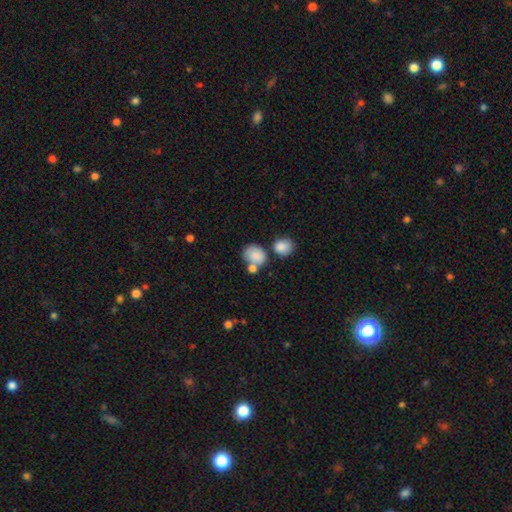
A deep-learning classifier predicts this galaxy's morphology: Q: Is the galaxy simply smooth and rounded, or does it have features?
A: smooth — 83%.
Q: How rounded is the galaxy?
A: round — 53%.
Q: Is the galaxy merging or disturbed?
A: none — 46%.